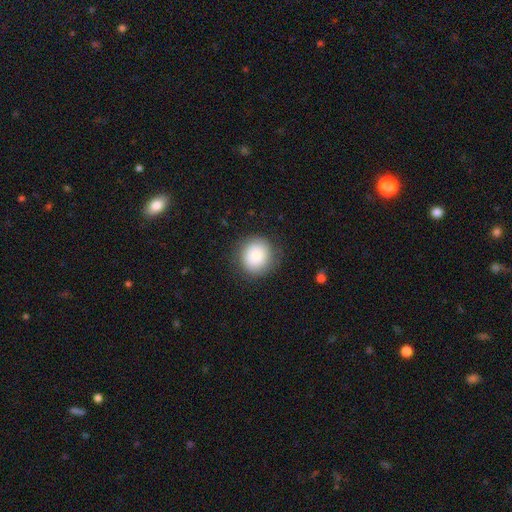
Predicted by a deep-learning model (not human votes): Smooth or featured?
  - smooth: 85% *
  - star or artifact: 8%
  - featured or disk: 7%
How rounded?
  - round: 90% *
  - in between: 9%
  - cigar-shaped: 1%
Merging?
  - none: 86% *
  - minor disturbance: 10%
  - major disturbance: 3%
  - merger: 1%